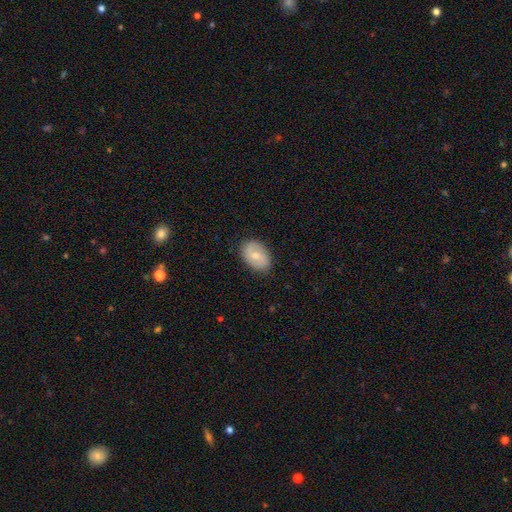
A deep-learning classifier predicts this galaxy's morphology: Overall: smooth (55%; featured or disk 38%). How rounded: in between (83%). Merging: none (82%).